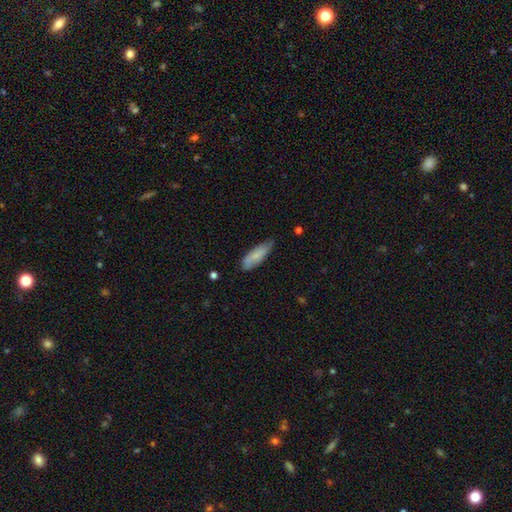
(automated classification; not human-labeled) smooth 74%, featured or disk 20%, star or artifact 6%. Down the decision tree: how rounded — in between (52%); merging — none (65%).